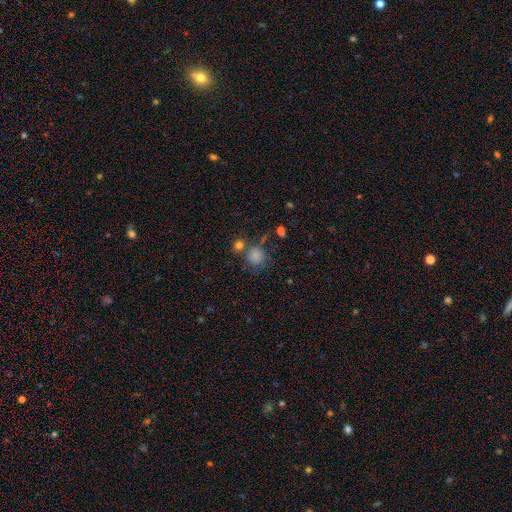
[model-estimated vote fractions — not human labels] This is likely a smooth galaxy (79%). How rounded: clearly round (87%). Merging: likely none (60%).